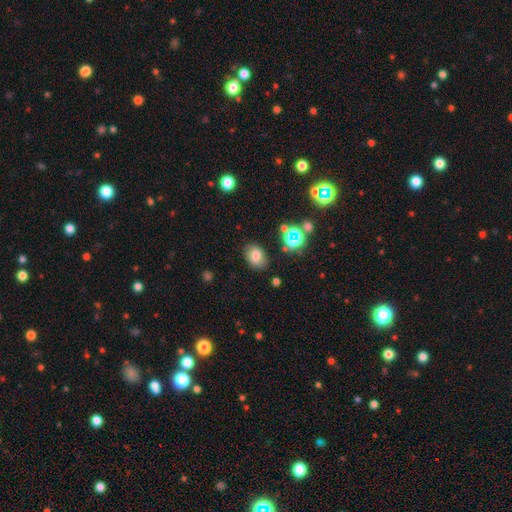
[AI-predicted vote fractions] Smooth or featured? smooth (73%)
How rounded? in between (74%)
Merging? none (81%)